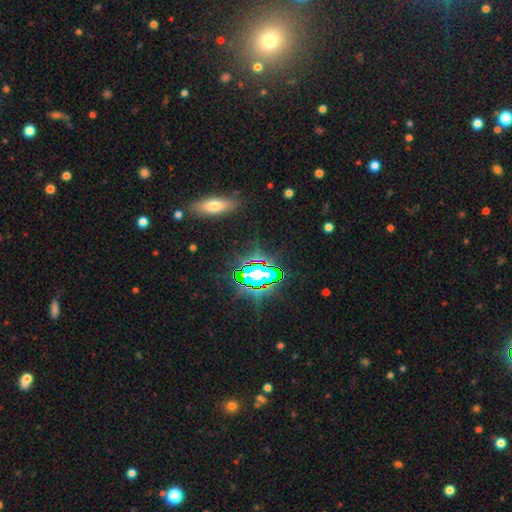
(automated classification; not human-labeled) smooth_or_featured: star or artifact (p=0.65) [alt: smooth p=0.21]